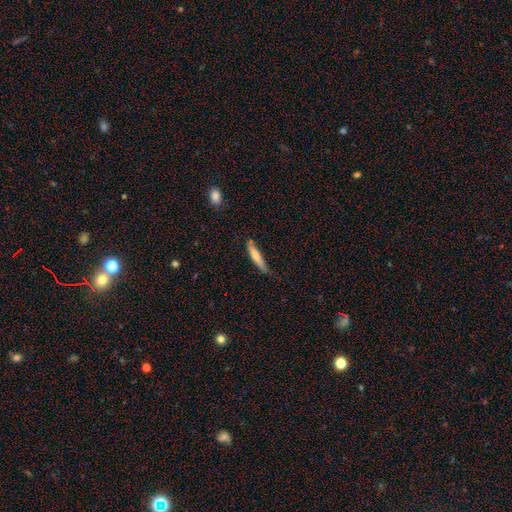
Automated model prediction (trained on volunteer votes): Smooth or featured? smooth (70%)
How rounded? cigar-shaped (90%)
Merging? none (67%)